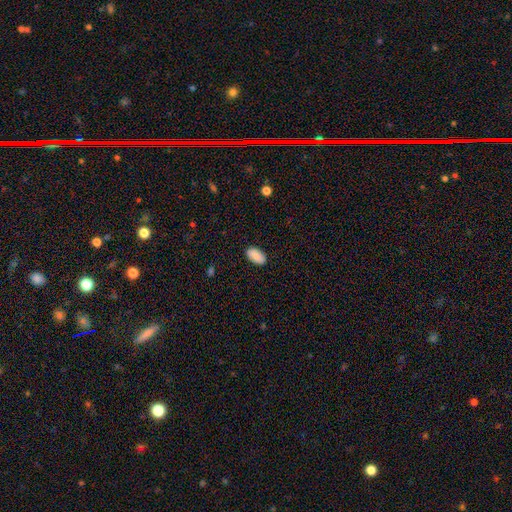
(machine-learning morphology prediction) Smooth or featured?
  - smooth: 88% *
  - star or artifact: 6%
  - featured or disk: 6%
How rounded?
  - in between: 95% *
  - round: 3%
  - cigar-shaped: 2%
Merging?
  - none: 88% *
  - minor disturbance: 9%
  - major disturbance: 2%
  - merger: 1%